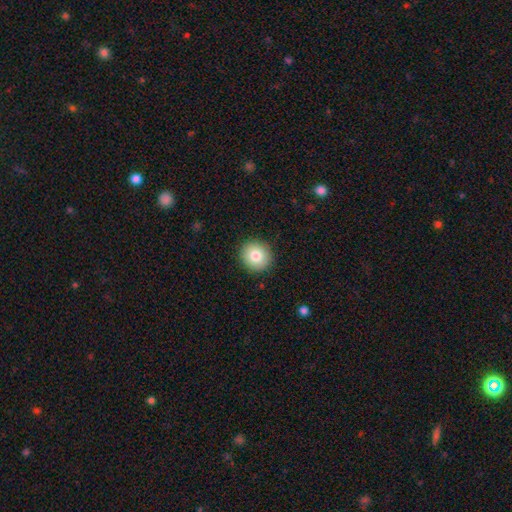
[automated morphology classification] Q: Smooth or featured?
A: smooth (81%); runner-up: featured or disk (10%)
Q: How rounded?
A: round (92%); runner-up: in between (7%)
Q: Merging?
A: none (91%); runner-up: minor disturbance (6%)